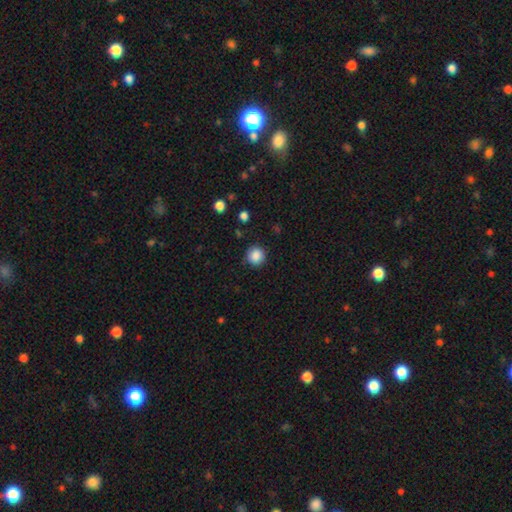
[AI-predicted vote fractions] This appears to be a smooth galaxy with no disk features (87%) that is round (92%). Merging: none (88%).